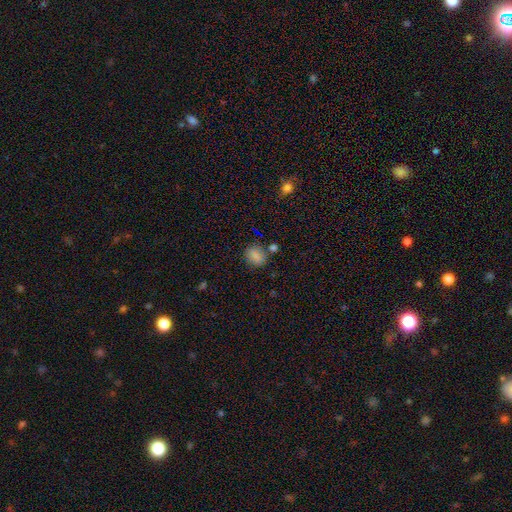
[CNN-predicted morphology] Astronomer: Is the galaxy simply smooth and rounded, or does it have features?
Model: smooth — 81%.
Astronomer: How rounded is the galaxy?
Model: round — 62%.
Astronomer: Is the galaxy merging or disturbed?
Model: none — 74%.